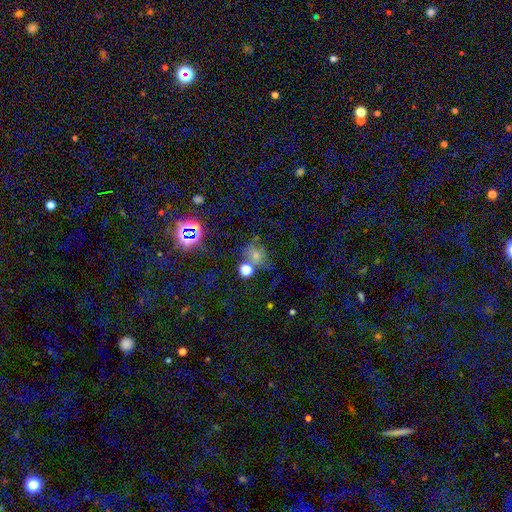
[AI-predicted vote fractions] A smooth galaxy with no disk features (50%) that is round (55%).

Vote fractions:
- Smooth or featured? smooth: 50% / star or artifact: 33% / featured or disk: 17%
- How rounded? round: 55% / in between: 43% / cigar-shaped: 2%
- Merging? none: 47% / merger: 22% / minor disturbance: 18% / major disturbance: 13%